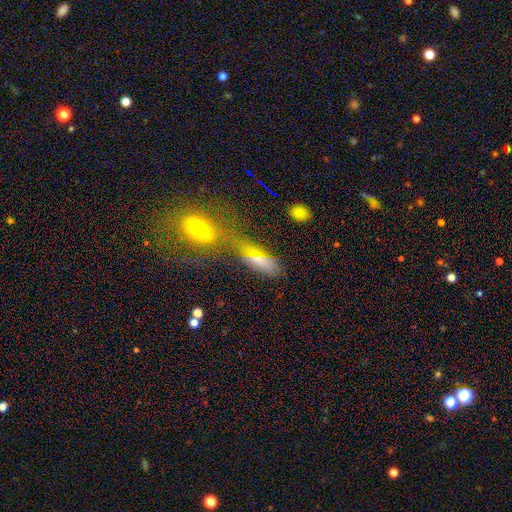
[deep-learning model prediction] smooth_or_featured: smooth (p=0.50) [alt: featured or disk p=0.31]
how_rounded: in between (p=0.63) [alt: cigar-shaped p=0.30]
merging: merger (p=0.38) [alt: none p=0.37]